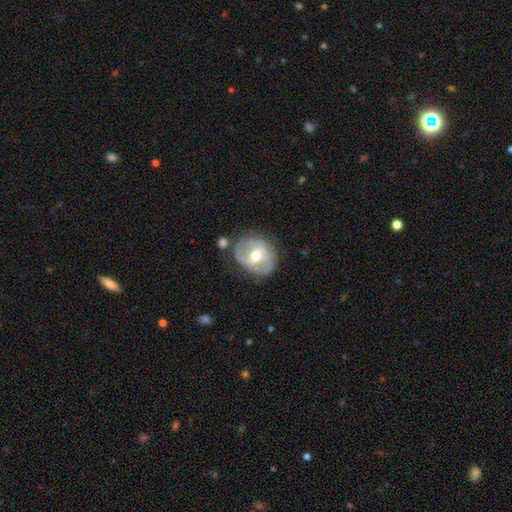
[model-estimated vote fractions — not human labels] smooth-or-featured: featured or disk: 76% | smooth: 18% | star or artifact: 6%
  disk-edge-on: no: 97% | yes: 3%
    bar: weak: 50% | strong: 25% | no: 24%
    has-spiral-arms: yes: 83% | no: 17%
      spiral-winding: medium: 45% | tight: 35% | loose: 20%
      spiral-arm-count: 2: 73% | can't tell: 14% | 3: 6% | 1: 4% | 4: 2% | more than 4: 1%
    bulge-size: moderate: 69% | small: 25% | large: 4% | none: 1% | dominant: 1%
  merging: none: 67% | minor disturbance: 19% | major disturbance: 8% | merger: 5%